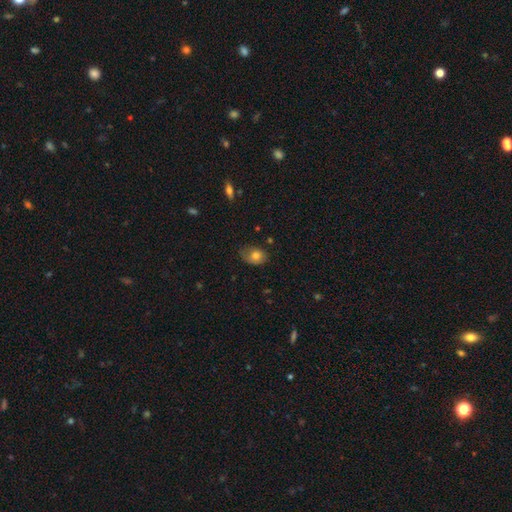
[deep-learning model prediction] Overall: smooth (74%). How rounded: in between (67%; round 32%). Merging: none (57%; minor disturbance 31%).